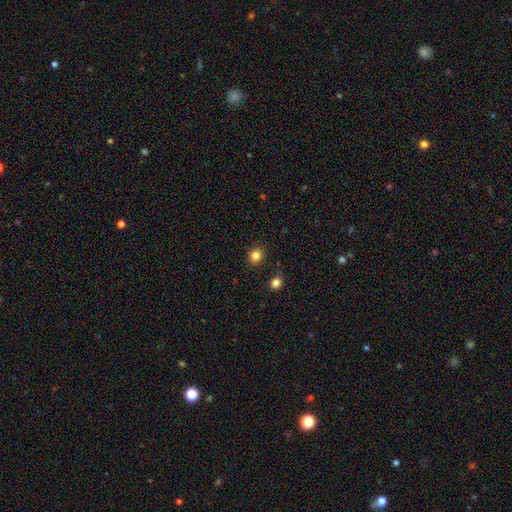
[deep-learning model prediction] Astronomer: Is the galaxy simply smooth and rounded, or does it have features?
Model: smooth — 83%.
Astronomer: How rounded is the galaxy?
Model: round — 75%.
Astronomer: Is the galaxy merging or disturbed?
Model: none — 87%.